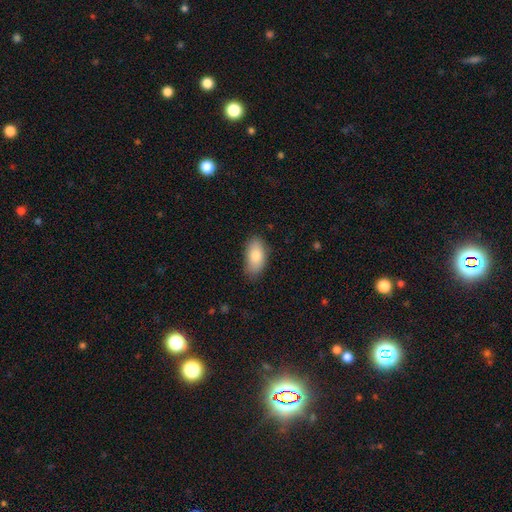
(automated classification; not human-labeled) Smooth or featured? smooth (83%)
How rounded? in between (93%)
Merging? none (78%)